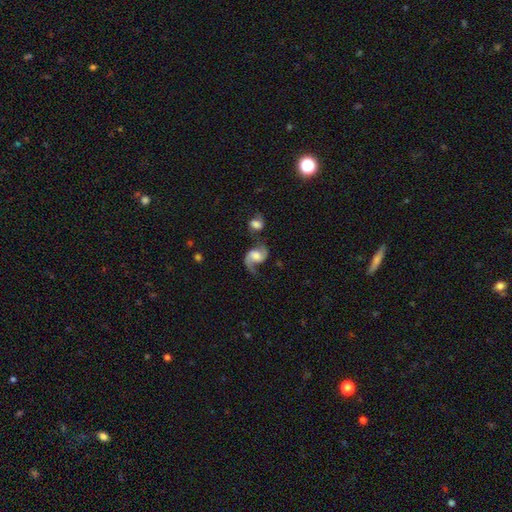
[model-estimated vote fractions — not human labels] Q: Smooth or featured?
A: featured or disk (86%); runner-up: smooth (8%)
Q: Edge-on disk?
A: no (98%); runner-up: yes (2%)
Q: Bar?
A: no (45%); runner-up: weak (42%)
Q: Spiral arms?
A: yes (96%); runner-up: no (4%)
Q: Spiral winding?
A: loose (50%); runner-up: medium (41%)
Q: Spiral arm count?
A: 2 (89%); runner-up: 1 (6%)
Q: Bulge size?
A: moderate (42%); runner-up: large (25%)
Q: Merging?
A: none (52%); runner-up: merger (19%)